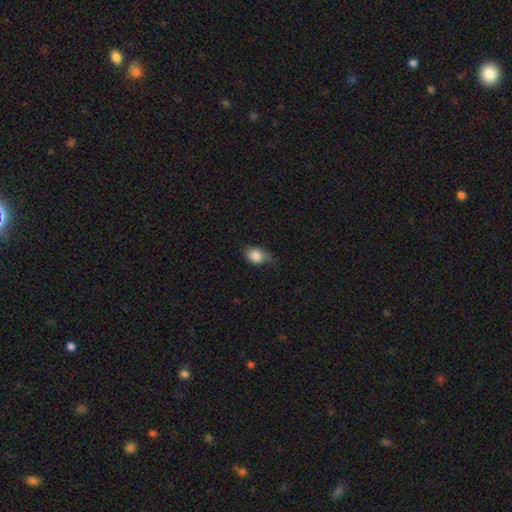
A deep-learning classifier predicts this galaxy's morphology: Smooth or featured?
  - smooth: 85% *
  - star or artifact: 8%
  - featured or disk: 7%
How rounded?
  - in between: 66% *
  - round: 33%
  - cigar-shaped: 2%
Merging?
  - none: 48% *
  - minor disturbance: 38%
  - major disturbance: 12%
  - merger: 2%